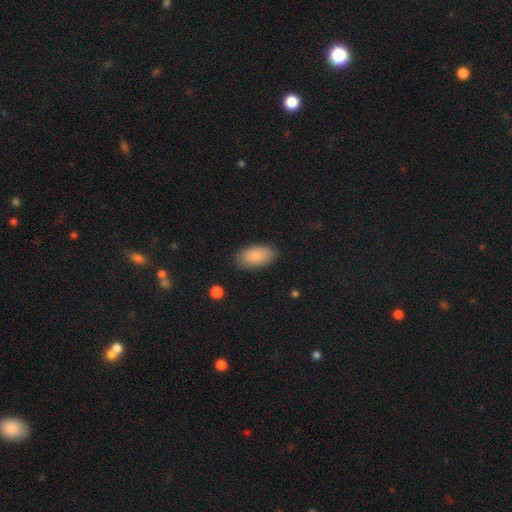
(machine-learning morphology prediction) type=smooth (86%); roundness=in between (94%); merging=none (85%).